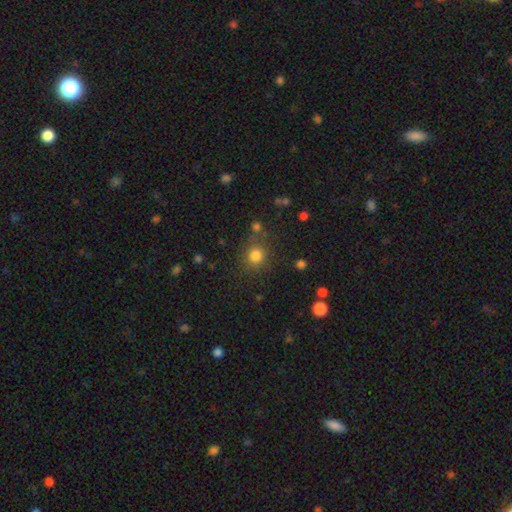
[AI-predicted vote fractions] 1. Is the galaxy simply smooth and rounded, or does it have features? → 81% smooth, 13% star or artifact, 5% featured or disk.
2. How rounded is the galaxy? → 86% round, 13% in between, 1% cigar-shaped.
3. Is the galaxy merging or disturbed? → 78% none, 11% minor disturbance, 7% merger, 5% major disturbance.